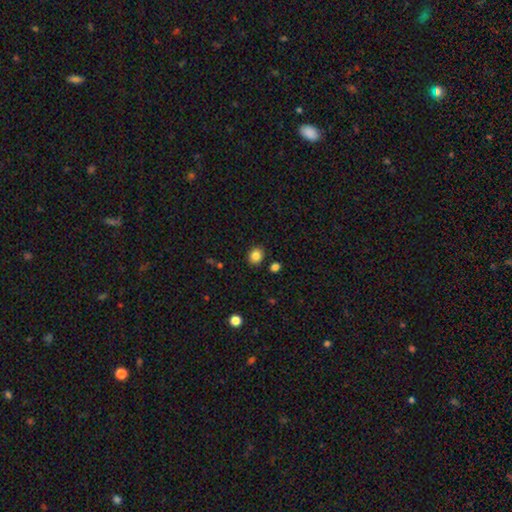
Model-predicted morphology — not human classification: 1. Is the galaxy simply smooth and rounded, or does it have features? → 85% smooth, 11% star or artifact, 5% featured or disk.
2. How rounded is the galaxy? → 69% round, 30% in between, 1% cigar-shaped.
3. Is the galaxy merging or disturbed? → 87% none, 8% minor disturbance, 3% merger, 2% major disturbance.